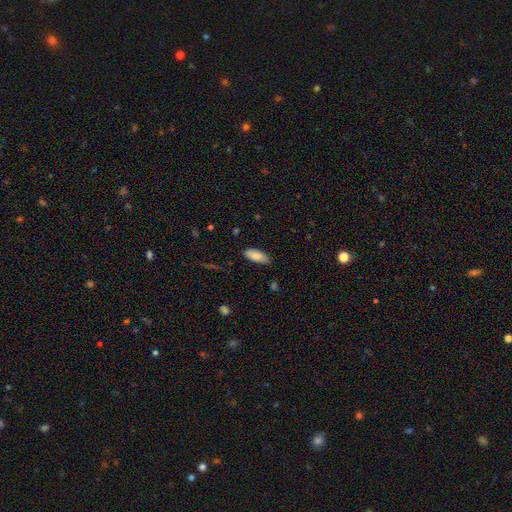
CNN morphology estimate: This appears to be a smooth galaxy with no disk features (85%) that is in between round and cigar-shaped (80%). Merging: none (83%).